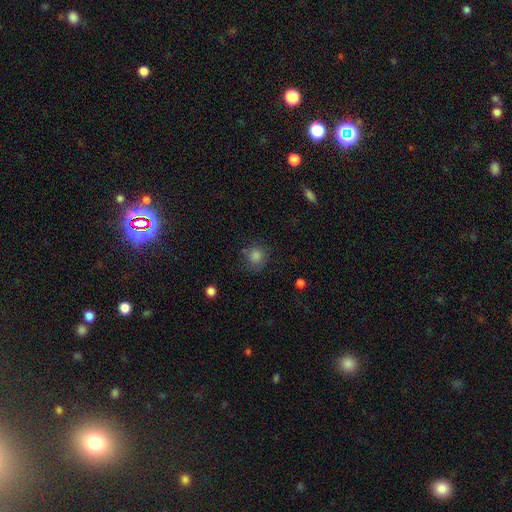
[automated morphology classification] Smooth or featured?
  - smooth: 79% *
  - star or artifact: 14%
  - featured or disk: 8%
How rounded?
  - round: 80% *
  - in between: 19%
  - cigar-shaped: 1%
Merging?
  - none: 70% *
  - minor disturbance: 19%
  - major disturbance: 7%
  - merger: 4%